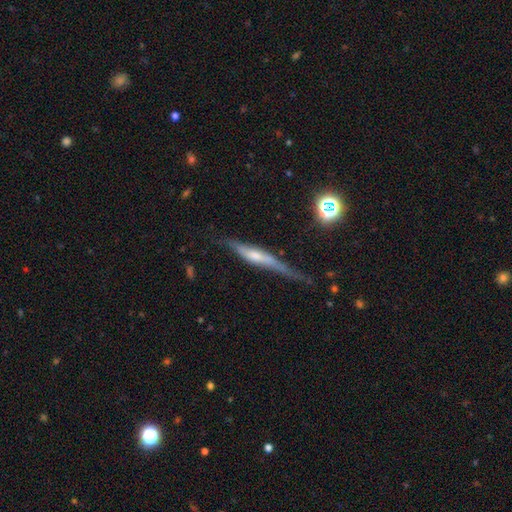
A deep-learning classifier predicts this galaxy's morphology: Smooth or featured?
  - featured or disk: 65% *
  - smooth: 27%
  - star or artifact: 8%
Edge-on disk?
  - yes: 89% *
  - no: 11%
Edge-on bulge?
  - rounded: 53% *
  - none: 25%
  - boxy: 22%
Merging?
  - none: 52% *
  - minor disturbance: 31%
  - major disturbance: 13%
  - merger: 3%